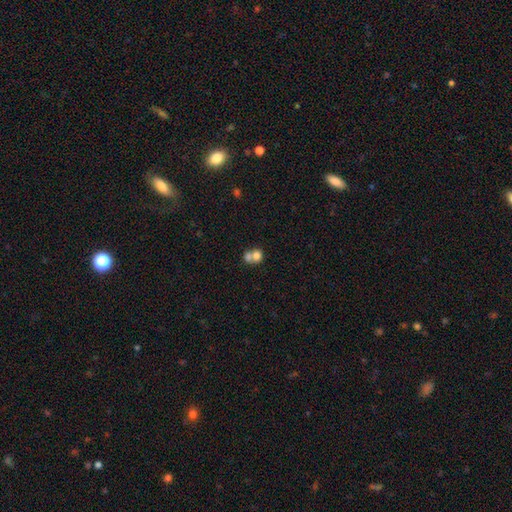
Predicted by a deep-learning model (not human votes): smooth-or-featured: smooth: 74% | featured or disk: 16% | star or artifact: 10%
  how-rounded: round: 69% | in between: 30% | cigar-shaped: 1%
  merging: merger: 64% | none: 26% | minor disturbance: 6% | major disturbance: 4%